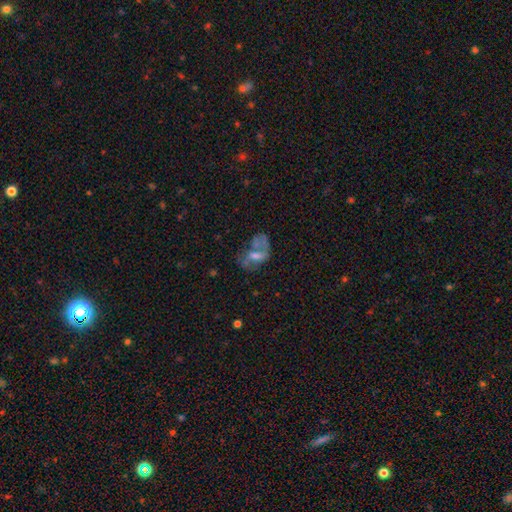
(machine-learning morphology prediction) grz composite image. It shows a featured or disk galaxy (48%). Merging: major disturbance (30%).